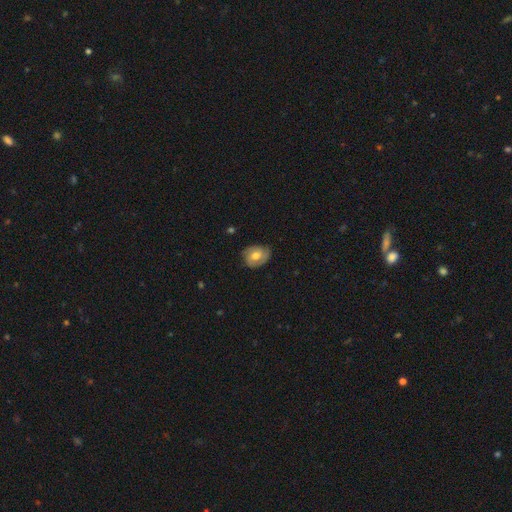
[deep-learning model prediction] Overall: featured or disk (48%; smooth 45%). Merging: none (71%).